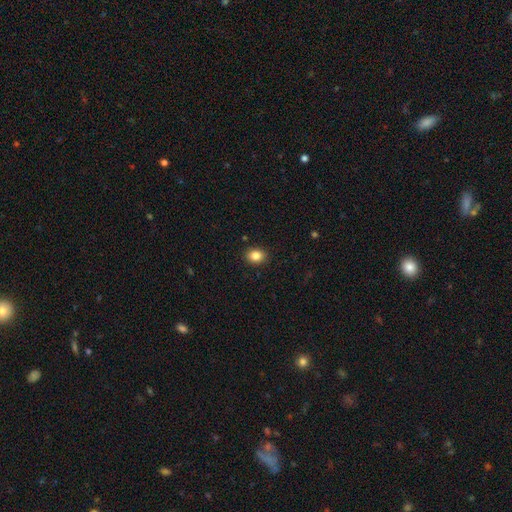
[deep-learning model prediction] A smooth galaxy with no disk features (84%) that is in between round and cigar-shaped (50%). Merging: none (90%).